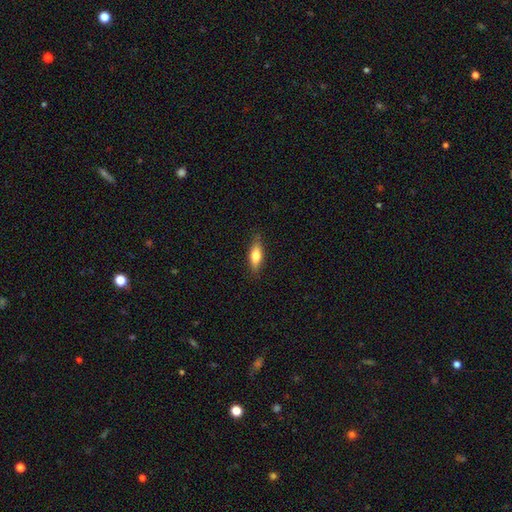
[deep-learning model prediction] smooth-or-featured: smooth: 70% | featured or disk: 23% | star or artifact: 7%
  how-rounded: in between: 62% | cigar-shaped: 36% | round: 3%
  merging: none: 85% | minor disturbance: 12% | major disturbance: 2% | merger: 1%